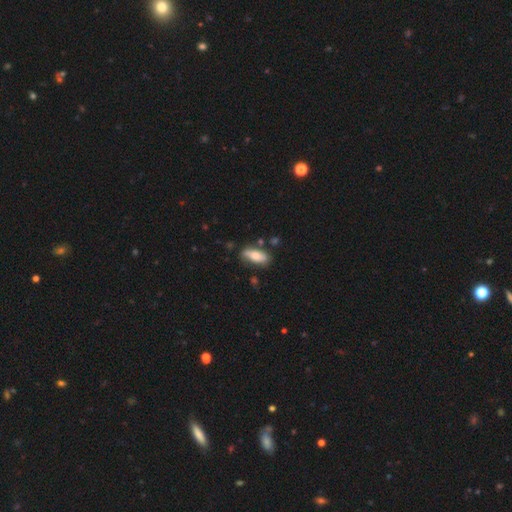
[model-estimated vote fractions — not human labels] This appears to be a smooth galaxy with no disk features (70%) that is in between round and cigar-shaped (79%). Merging: none (71%).